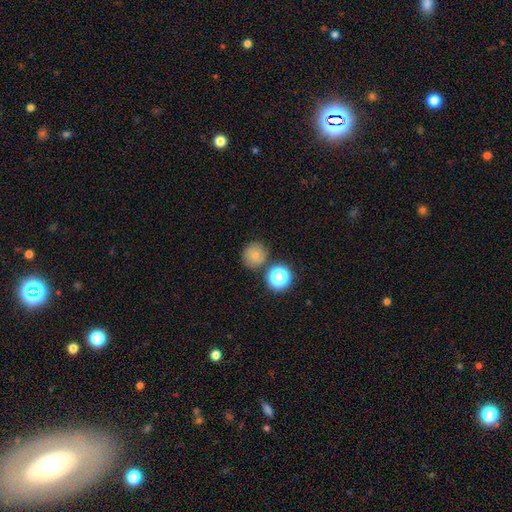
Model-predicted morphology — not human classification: Smooth or featured: smooth — 72% (star or artifact — 16%)
How rounded: round — 92% (in between — 7%)
Merging: none — 75% (merger — 11%)